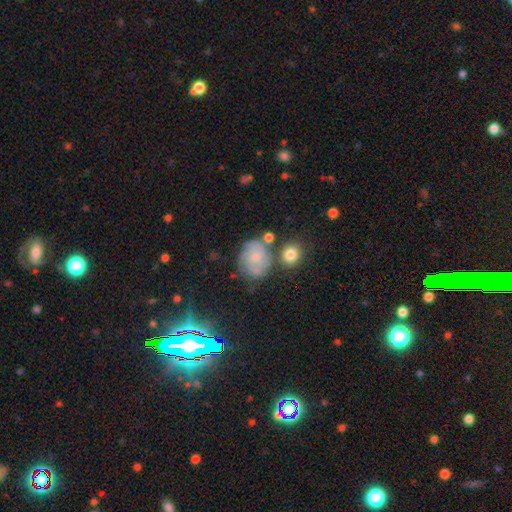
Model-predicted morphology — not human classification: smooth-or-featured: featured or disk: 62% | smooth: 29% | star or artifact: 10%
  disk-edge-on: no: 98% | yes: 2%
    bar: no: 74% | weak: 23% | strong: 3%
    has-spiral-arms: yes: 87% | no: 13%
      spiral-winding: tight: 52% | medium: 37% | loose: 11%
      spiral-arm-count: can't tell: 31% | 2: 27% | 3: 25% | 4: 7% | 1: 5% | more than 4: 5%
    bulge-size: small: 53% | moderate: 22% | none: 20% | large: 3% | dominant: 2%
  merging: none: 57% | minor disturbance: 21% | major disturbance: 11% | merger: 11%